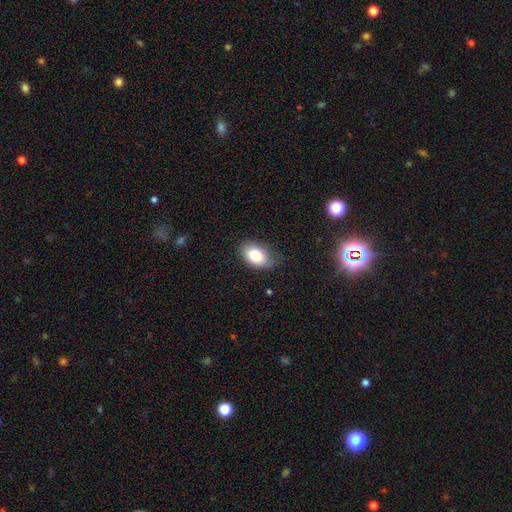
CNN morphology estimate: Smooth or featured? smooth (81%)
How rounded? in between (92%)
Merging? none (71%)